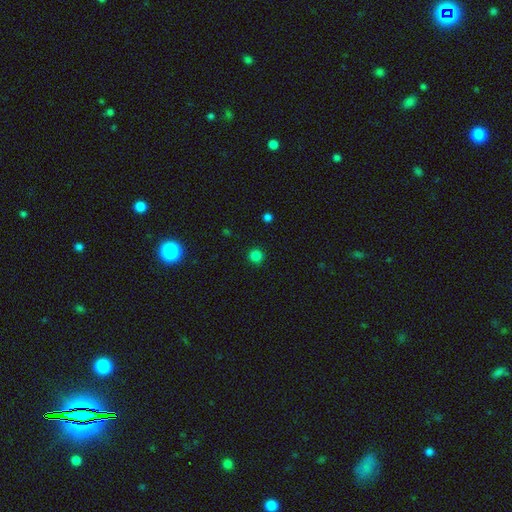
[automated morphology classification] smooth_or_featured: smooth (p=0.81) [alt: star or artifact p=0.16]
how_rounded: round (p=0.94) [alt: in between p=0.05]
merging: none (p=0.90) [alt: minor disturbance p=0.06]